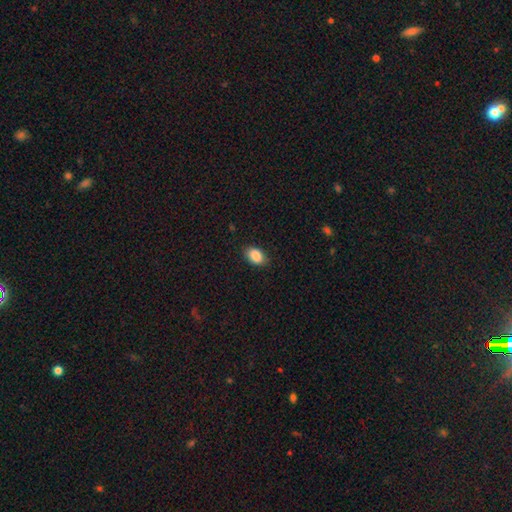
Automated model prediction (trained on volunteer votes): A smooth galaxy with no disk features (89%) that is in between round and cigar-shaped (87%).

Vote fractions:
- Smooth or featured? smooth: 89% / star or artifact: 7% / featured or disk: 4%
- How rounded? in between: 87% / round: 11% / cigar-shaped: 1%
- Merging? none: 85% / minor disturbance: 11% / major disturbance: 2% / merger: 1%